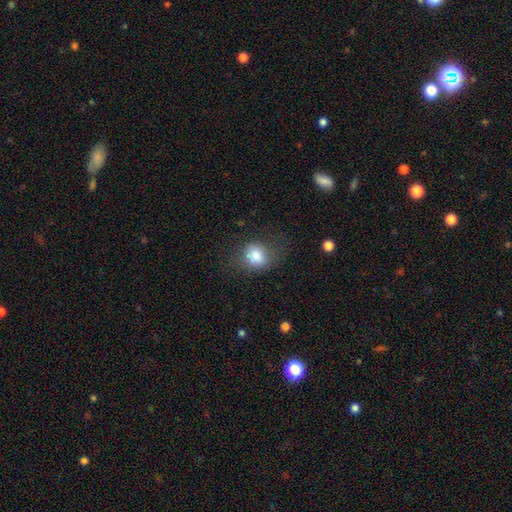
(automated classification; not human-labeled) A smooth galaxy with no disk features (80%) that is round (57%).

Vote fractions:
- Smooth or featured? smooth: 80% / featured or disk: 10% / star or artifact: 10%
- How rounded? round: 57% / in between: 42% / cigar-shaped: 1%
- Merging? none: 64% / minor disturbance: 22% / major disturbance: 11% / merger: 2%